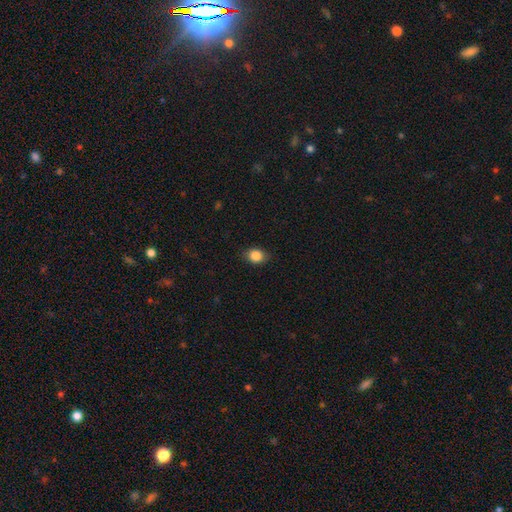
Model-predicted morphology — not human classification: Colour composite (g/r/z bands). It shows a smooth galaxy with no disk features (86%) that is in between round and cigar-shaped (52%). Merging: none (85%).